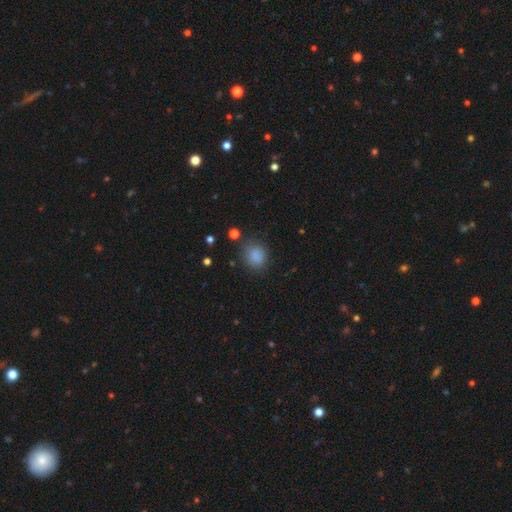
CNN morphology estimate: smooth_or_featured: smooth (p=0.85) [alt: star or artifact p=0.11]
how_rounded: round (p=0.66) [alt: in between p=0.33]
merging: none (p=0.78) [alt: minor disturbance p=0.15]